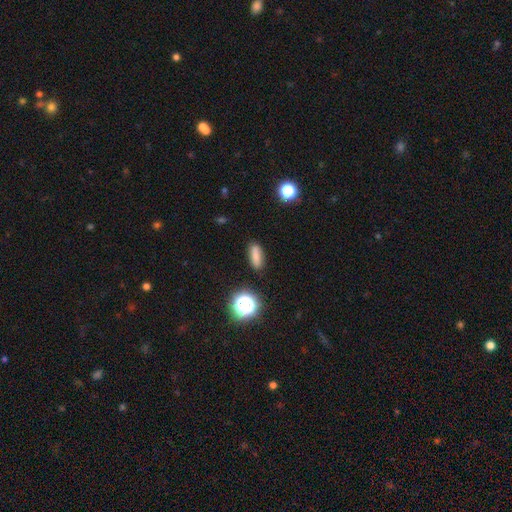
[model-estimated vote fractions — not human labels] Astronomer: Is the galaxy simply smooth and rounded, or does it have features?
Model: smooth — 77%.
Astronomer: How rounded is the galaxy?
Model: in between — 54% (runner-up: cigar-shaped, 38%).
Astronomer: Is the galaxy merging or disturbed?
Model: none — 84%.